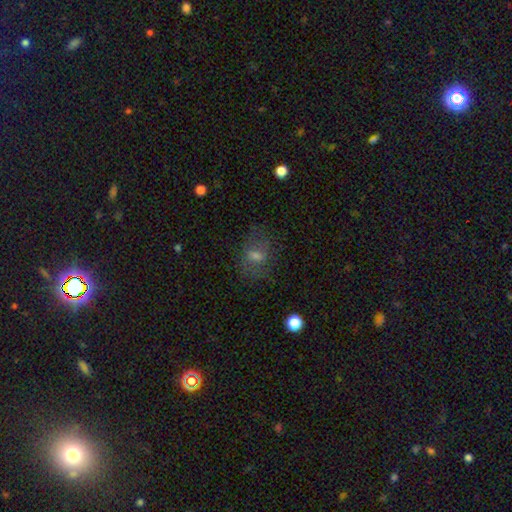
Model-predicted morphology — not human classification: Smooth or featured? smooth (52%)
How rounded? in between (63%)
Merging? none (65%)